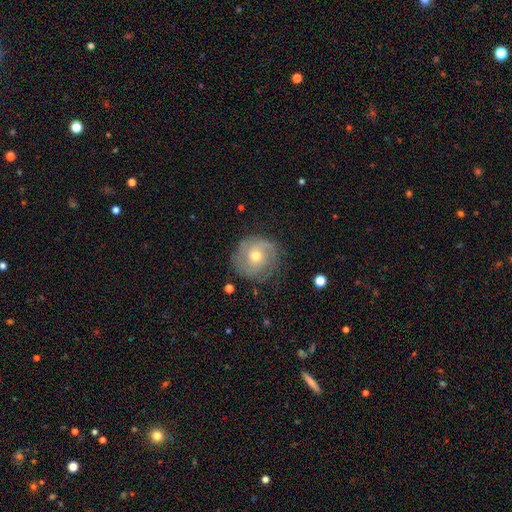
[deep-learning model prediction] A featured or disk galaxy (73%) with no bar (74%), 2 (35%) tight (60%) spiral arms (90%) and a moderate central bulge (70%). Merging: none (76%).